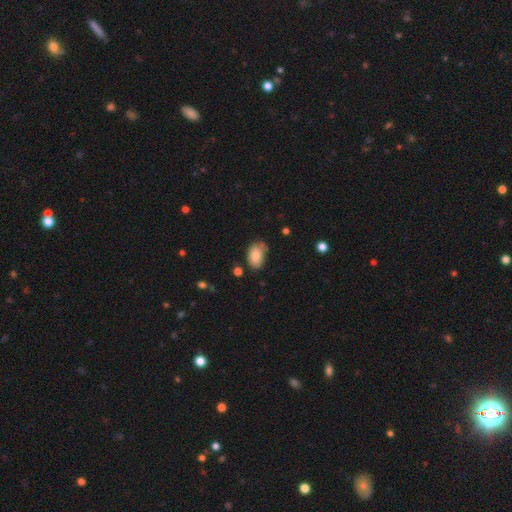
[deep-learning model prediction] This is clearly a smooth galaxy (82%). How rounded: clearly in between (89%). Merging: possibly none (59%).